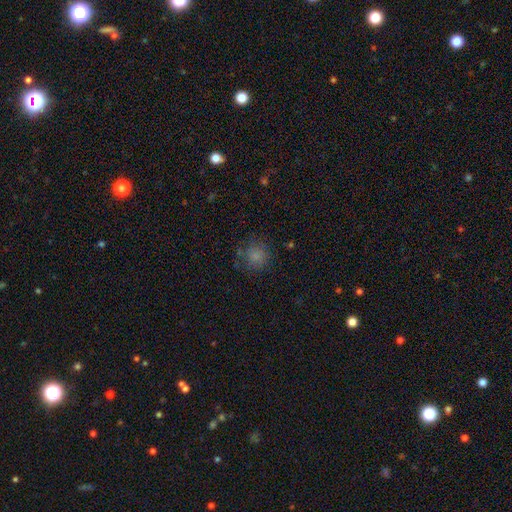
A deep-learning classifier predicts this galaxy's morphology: Smooth or featured? smooth (80%)
How rounded? round (89%)
Merging? none (76%)